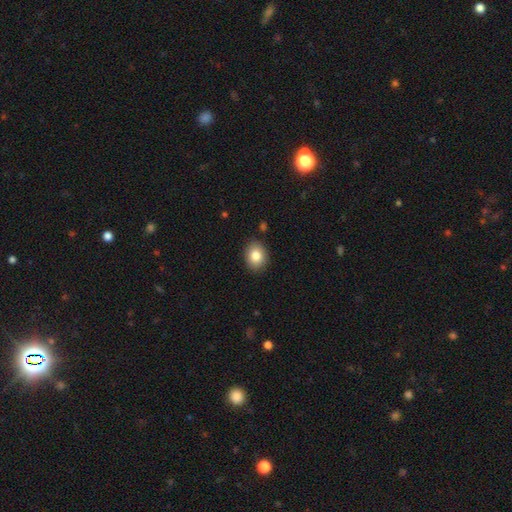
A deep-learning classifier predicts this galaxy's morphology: smooth 83%, star or artifact 9%, featured or disk 8%. Down the decision tree: how rounded — in between (52%); merging — none (88%).